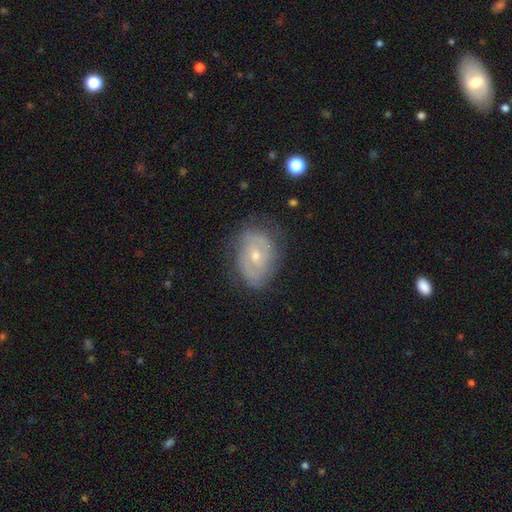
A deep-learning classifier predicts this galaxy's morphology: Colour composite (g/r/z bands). It shows a featured or disk galaxy (72%) with no bar (54%), 2 (56%) tight (52%) spiral arms (77%) and a small central bulge (53%). Merging: none (72%).